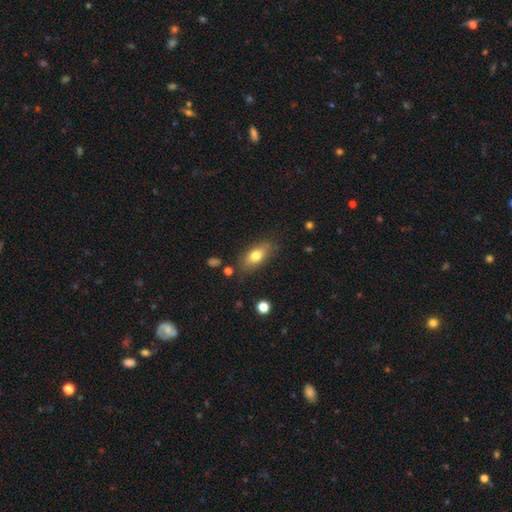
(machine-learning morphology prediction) Q: Smooth or featured?
A: smooth (73%); runner-up: featured or disk (19%)
Q: How rounded?
A: in between (81%); runner-up: cigar-shaped (13%)
Q: Merging?
A: none (79%); runner-up: minor disturbance (15%)